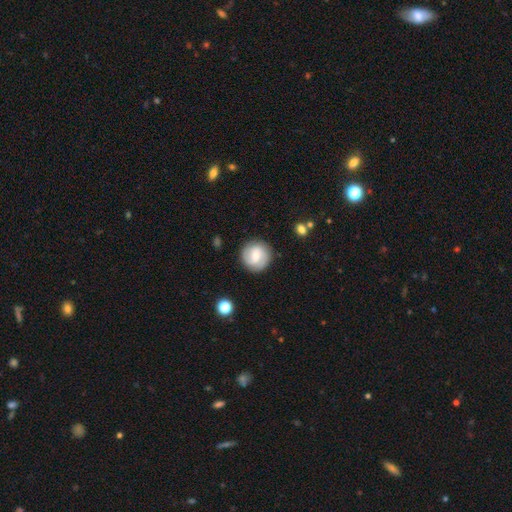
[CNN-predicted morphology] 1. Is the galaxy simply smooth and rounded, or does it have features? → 48% featured or disk, 45% smooth, 7% star or artifact.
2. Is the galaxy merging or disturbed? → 86% none, 10% minor disturbance, 3% major disturbance, 1% merger.